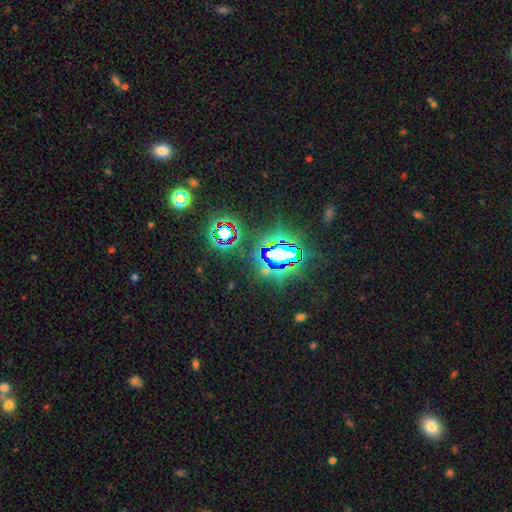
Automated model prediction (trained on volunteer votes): Morphology: type=star or artifact (82%).